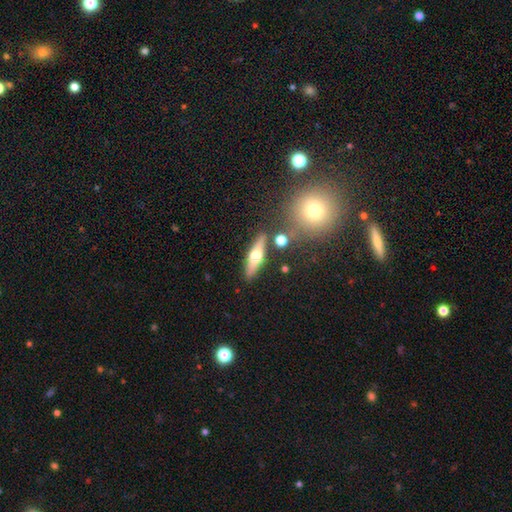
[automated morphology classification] Overall: featured or disk (52%; smooth 41%). Edge-on disk: yes (89%). Merging: none (83%).